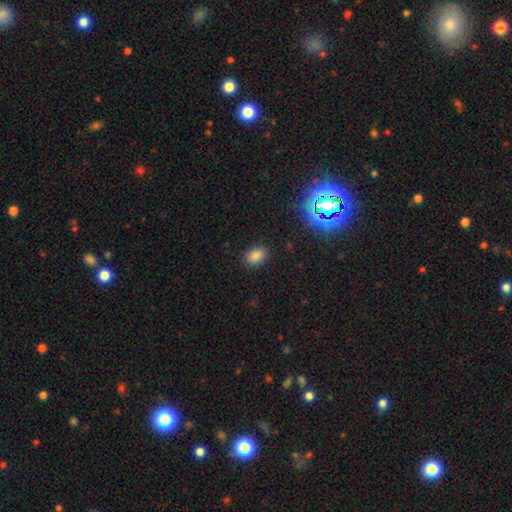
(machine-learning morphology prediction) This is clearly a smooth galaxy (82%). How rounded: likely in between (79%). Merging: clearly none (86%).